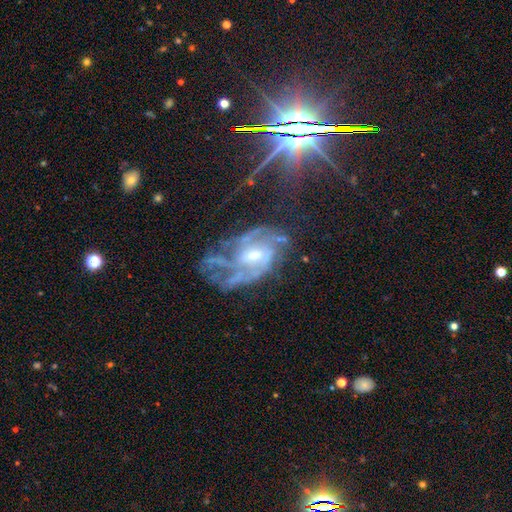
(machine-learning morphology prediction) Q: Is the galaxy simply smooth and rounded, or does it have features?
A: featured or disk — 83%.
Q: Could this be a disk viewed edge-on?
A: no — 96%.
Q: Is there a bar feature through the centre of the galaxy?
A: weak — 44%.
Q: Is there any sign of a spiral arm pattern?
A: yes — 89%.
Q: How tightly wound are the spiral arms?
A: medium — 44%.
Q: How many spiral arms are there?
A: can't tell — 33%.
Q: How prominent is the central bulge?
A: moderate — 56%.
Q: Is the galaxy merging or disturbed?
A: none — 43%.